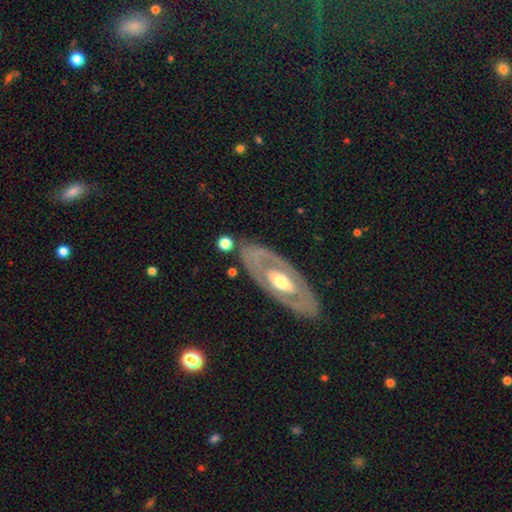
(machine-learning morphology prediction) Smooth or featured: featured or disk — 70% (smooth — 25%)
Edge-on disk: no — 84% (yes — 16%)
Bar: no — 78% (weak — 15%)
Spiral arms: no — 75% (yes — 25%)
Bulge size: moderate — 70% (small — 14%)
Merging: none — 80% (minor disturbance — 12%)